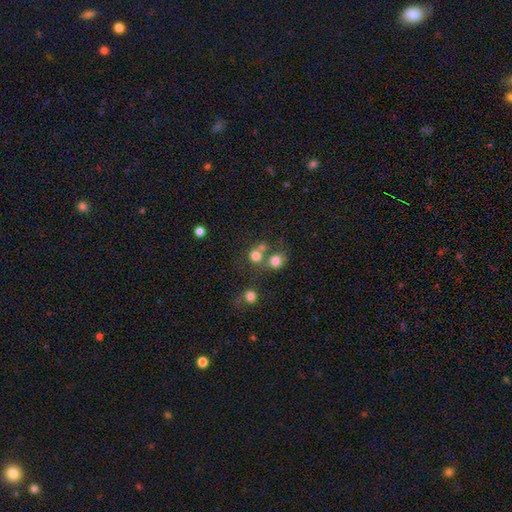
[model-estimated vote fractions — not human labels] smooth_or_featured: smooth (p=0.73) [alt: star or artifact p=0.16]
how_rounded: round (p=0.83) [alt: in between p=0.16]
merging: none (p=0.48) [alt: merger p=0.38]